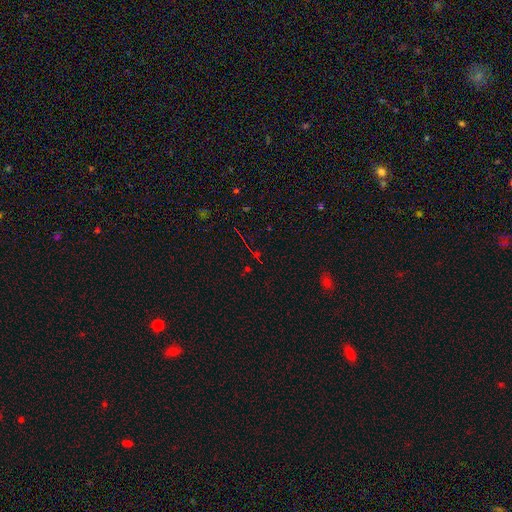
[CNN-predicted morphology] Q: Smooth or featured?
A: star or artifact (73%); runner-up: smooth (15%)